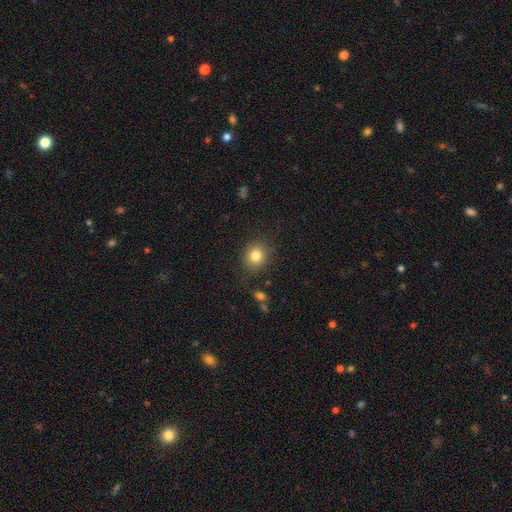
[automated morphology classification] Smooth or featured? smooth (81%)
How rounded? round (75%)
Merging? none (83%)